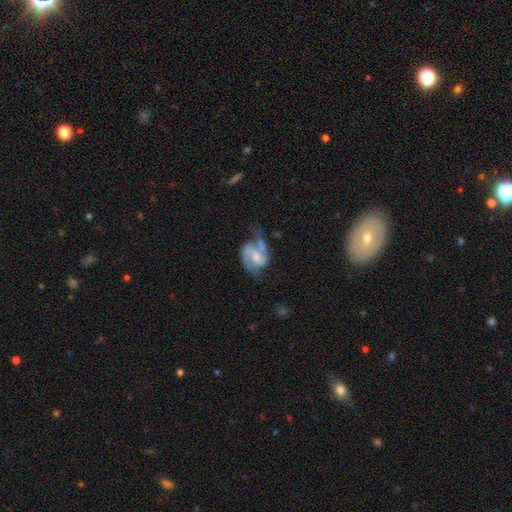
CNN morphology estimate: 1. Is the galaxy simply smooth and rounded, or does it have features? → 83% featured or disk, 11% smooth, 6% star or artifact.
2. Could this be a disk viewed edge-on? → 98% no, 2% yes.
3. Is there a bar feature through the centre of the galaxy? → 44% weak, 40% no, 16% strong.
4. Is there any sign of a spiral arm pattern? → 95% yes, 5% no.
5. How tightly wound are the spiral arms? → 53% medium, 26% loose, 21% tight.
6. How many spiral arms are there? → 89% 2, 4% can't tell, 4% 1, 2% 3, 1% 4, 1% more than 4.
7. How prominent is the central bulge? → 41% moderate, 38% small, 13% none, 7% large, 2% dominant.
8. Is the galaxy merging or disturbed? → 50% none, 24% minor disturbance, 18% major disturbance, 9% merger.